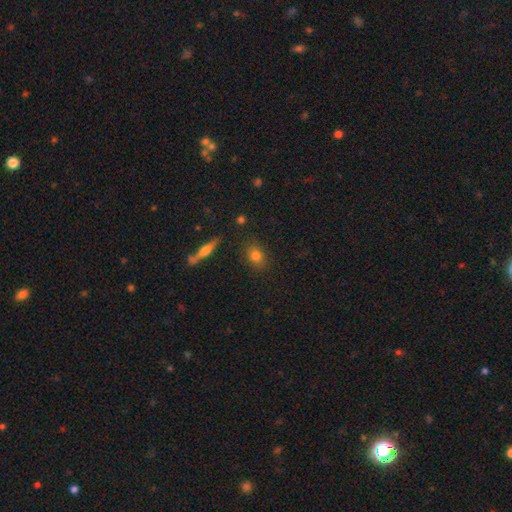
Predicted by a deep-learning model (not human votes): smooth-or-featured: smooth: 78% | featured or disk: 12% | star or artifact: 10%
  how-rounded: in between: 53% | round: 42% | cigar-shaped: 4%
  merging: none: 82% | minor disturbance: 12% | major disturbance: 3% | merger: 3%